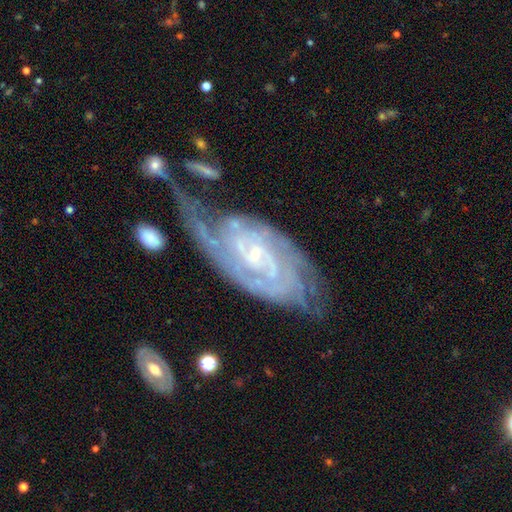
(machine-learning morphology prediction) Q: Smooth or featured?
A: featured or disk (88%); runner-up: smooth (6%)
Q: Edge-on disk?
A: no (95%); runner-up: yes (5%)
Q: Bar?
A: no (45%); runner-up: weak (40%)
Q: Spiral arms?
A: yes (96%); runner-up: no (4%)
Q: Spiral winding?
A: tight (67%); runner-up: medium (27%)
Q: Spiral arm count?
A: 2 (38%); runner-up: can't tell (28%)
Q: Bulge size?
A: small (74%); runner-up: moderate (19%)
Q: Merging?
A: none (40%); runner-up: minor disturbance (25%)